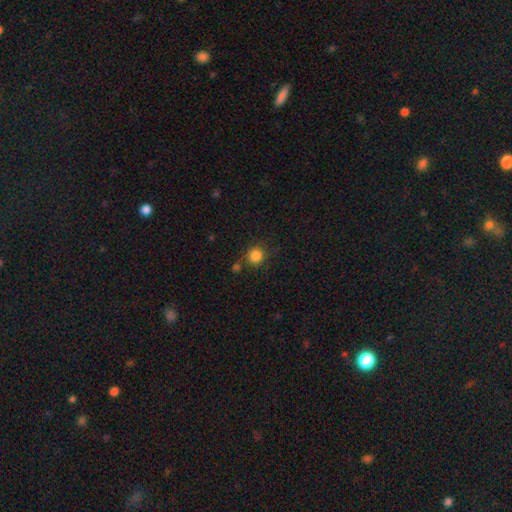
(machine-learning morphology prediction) This appears to be a smooth galaxy with no disk features (85%) that is round (89%). Merging: none (77%).